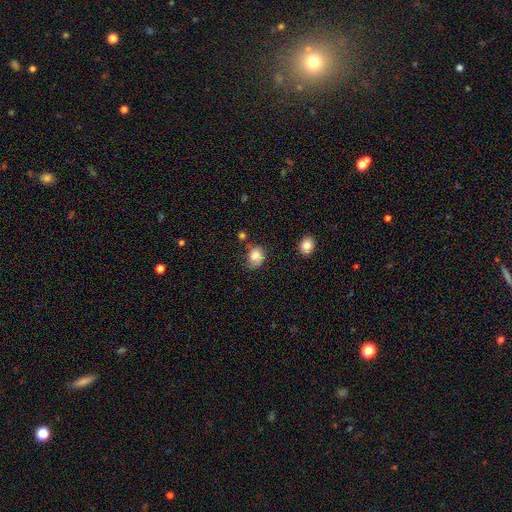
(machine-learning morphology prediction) smooth 82%, star or artifact 9%, featured or disk 9%. Down the decision tree: how rounded — in between (52%); merging — none (53%).